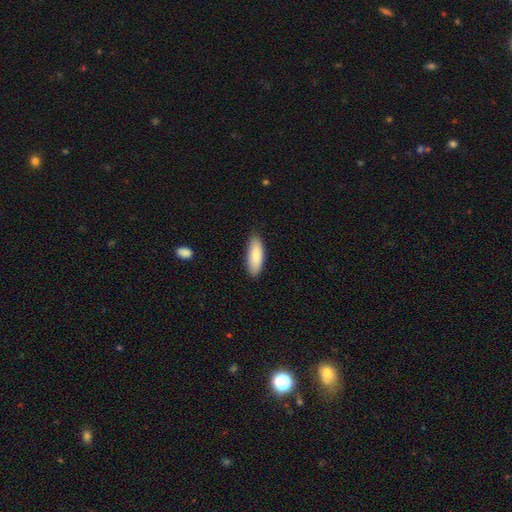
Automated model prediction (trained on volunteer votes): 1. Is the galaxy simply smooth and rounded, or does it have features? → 84% smooth, 11% featured or disk, 6% star or artifact.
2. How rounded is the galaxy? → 69% in between, 29% cigar-shaped, 2% round.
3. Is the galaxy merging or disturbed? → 87% none, 10% minor disturbance, 2% major disturbance, 1% merger.